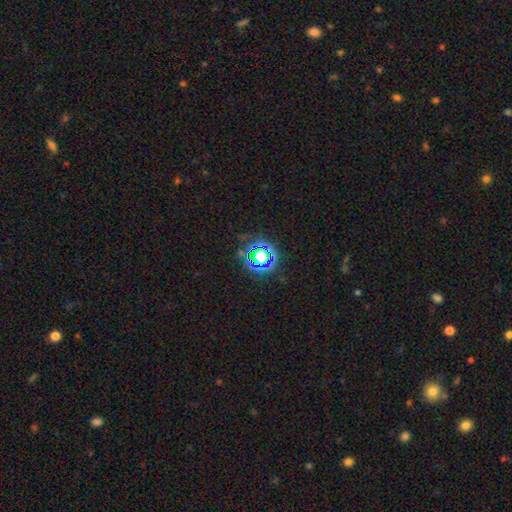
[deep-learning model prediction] A star or artifact, not a galaxy (75%).

Vote fractions:
- Smooth or featured? star or artifact: 75% / smooth: 17% / featured or disk: 8%